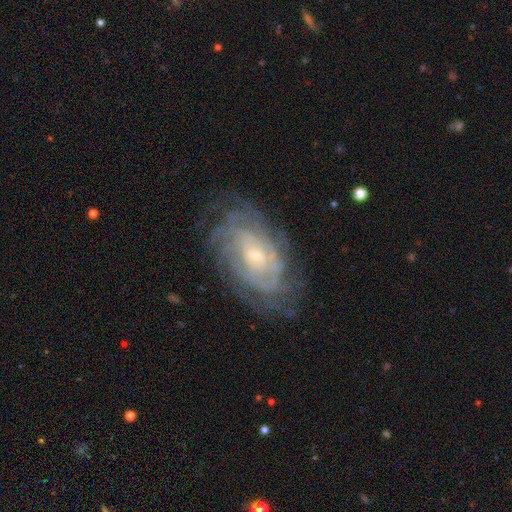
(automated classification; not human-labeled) smooth-or-featured: featured or disk: 84% | smooth: 10% | star or artifact: 7%
  disk-edge-on: no: 95% | yes: 5%
    bar: no: 68% | weak: 25% | strong: 6%
    has-spiral-arms: yes: 93% | no: 7%
      spiral-winding: tight: 75% | medium: 20% | loose: 5%
      spiral-arm-count: can't tell: 47% | 4: 15% | 2: 11% | 3: 11% | more than 4: 10% | 1: 5%
    bulge-size: small: 72% | moderate: 25% | large: 1% | none: 1% | dominant: 1%
  merging: none: 74% | minor disturbance: 17% | major disturbance: 7% | merger: 1%